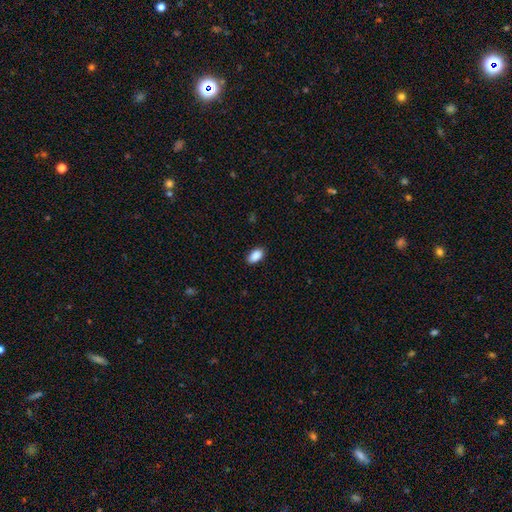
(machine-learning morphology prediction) Q: Smooth or featured?
A: smooth (90%); runner-up: star or artifact (7%)
Q: How rounded?
A: in between (93%); runner-up: round (5%)
Q: Merging?
A: none (87%); runner-up: minor disturbance (9%)